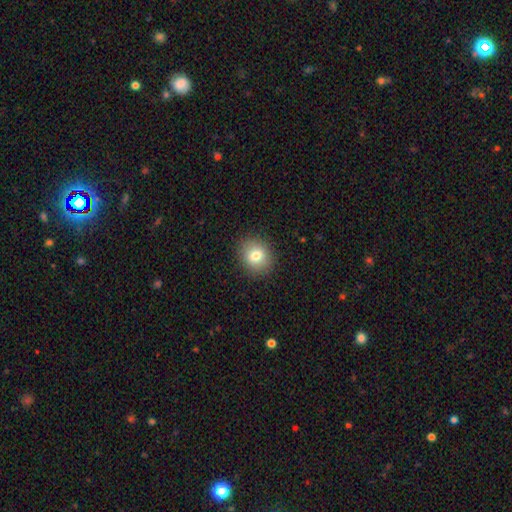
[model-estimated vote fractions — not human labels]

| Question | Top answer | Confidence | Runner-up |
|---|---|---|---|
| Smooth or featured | smooth | 78% | featured or disk (11%) |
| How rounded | round | 71% | in between (28%) |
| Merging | none | 89% | minor disturbance (8%) |